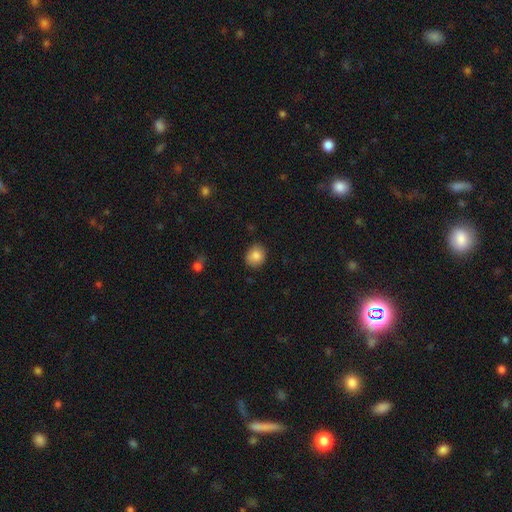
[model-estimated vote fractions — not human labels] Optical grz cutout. It shows a smooth galaxy with no disk features (85%) that is round (65%). Merging: none (83%).